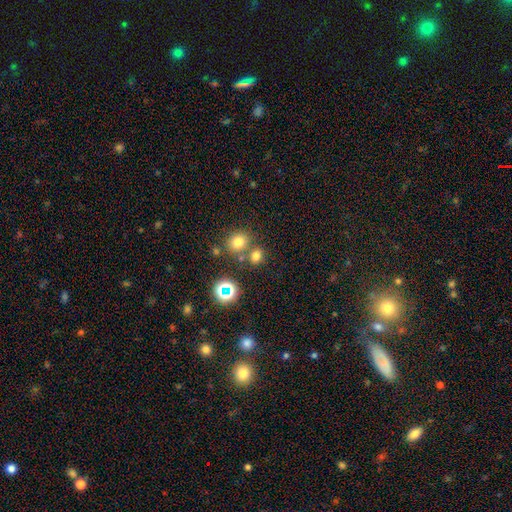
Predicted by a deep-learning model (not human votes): This is likely a smooth galaxy (70%). How rounded: likely round (68%). Merging: likely none (66%).